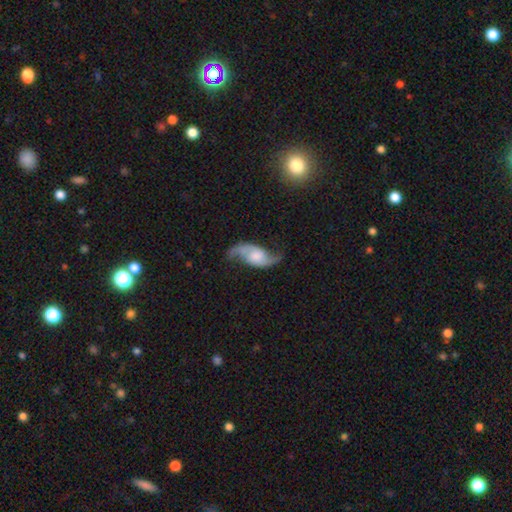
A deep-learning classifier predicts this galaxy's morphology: Smooth or featured? featured or disk (85%)
Edge-on disk? no (96%)
Bar? no (59%)
Spiral arms? yes (97%)
Spiral winding? loose (72%)
Spiral arm count? 2 (93%)
Bulge size? moderate (32%)
Merging? none (73%)